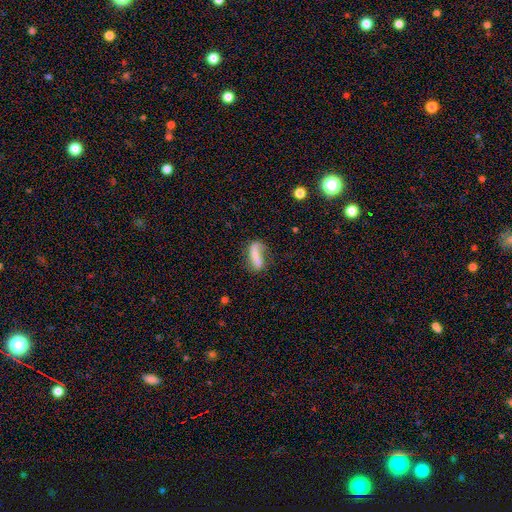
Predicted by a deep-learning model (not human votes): A smooth galaxy with no disk features (61%) that is in between round and cigar-shaped (60%). Merging: none (46%).